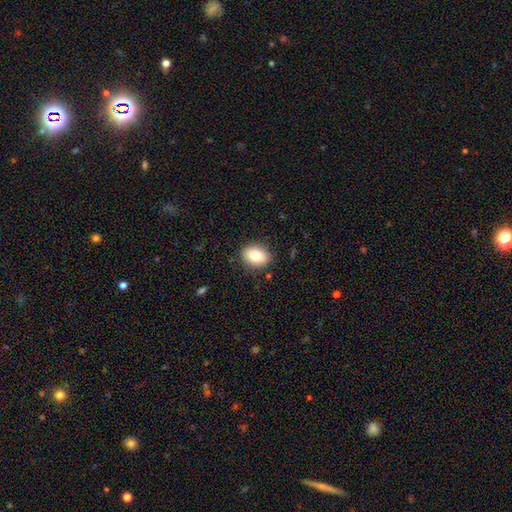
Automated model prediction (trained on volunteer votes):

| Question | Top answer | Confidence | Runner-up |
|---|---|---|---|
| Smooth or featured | smooth | 80% | featured or disk (11%) |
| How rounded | in between | 61% | round (38%) |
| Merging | none | 87% | minor disturbance (9%) |